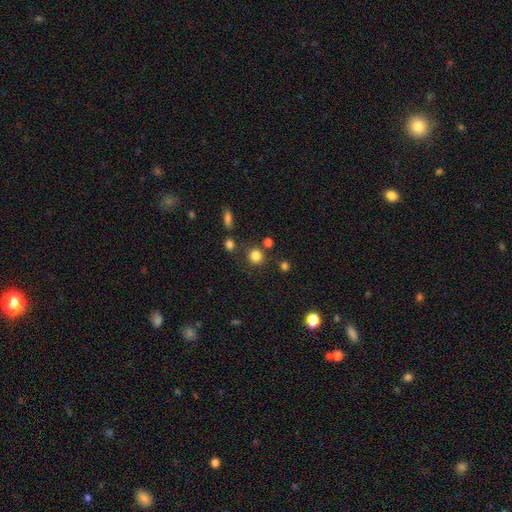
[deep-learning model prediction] smooth 83%, star or artifact 13%, featured or disk 5%. Down the decision tree: how rounded — round (88%); merging — none (80%).